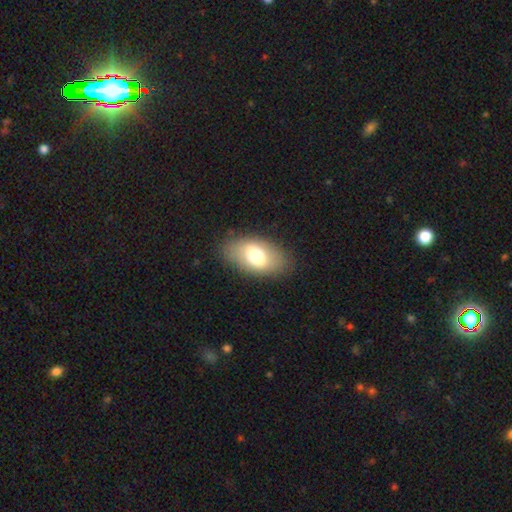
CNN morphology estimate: A smooth galaxy with no disk features (70%) that is in between round and cigar-shaped (91%). Merging: none (83%).